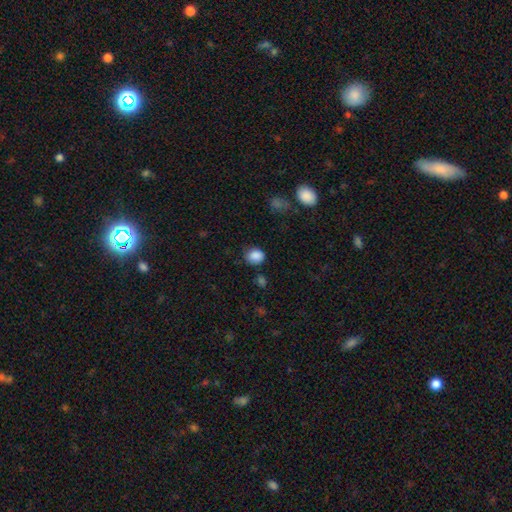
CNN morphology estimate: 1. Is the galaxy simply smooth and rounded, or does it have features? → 86% smooth, 10% star or artifact, 4% featured or disk.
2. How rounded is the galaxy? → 62% round, 38% in between, 1% cigar-shaped.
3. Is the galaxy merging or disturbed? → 70% none, 22% minor disturbance, 5% major disturbance, 3% merger.